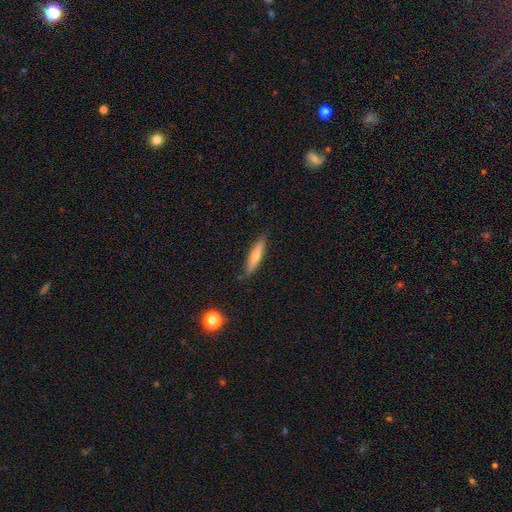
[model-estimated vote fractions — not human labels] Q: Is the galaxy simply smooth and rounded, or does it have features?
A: smooth — 61%.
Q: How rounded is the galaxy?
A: cigar-shaped — 88%.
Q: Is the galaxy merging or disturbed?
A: none — 84%.